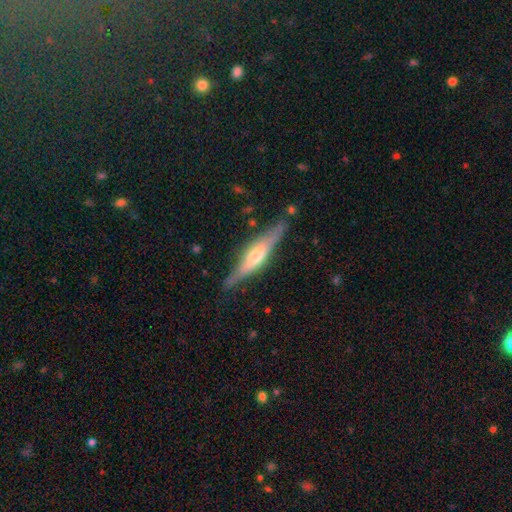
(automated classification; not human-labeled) Overall: featured or disk (69%). Edge-on disk: yes (94%). Edge-on bulge: rounded (80%). Merging: none (83%).